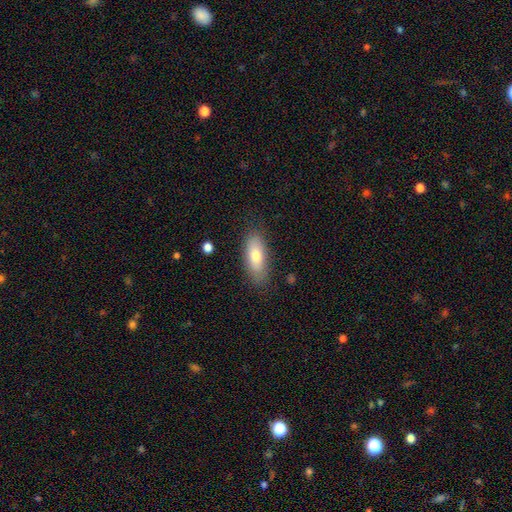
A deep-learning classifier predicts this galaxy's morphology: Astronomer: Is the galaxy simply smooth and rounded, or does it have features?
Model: smooth — 73%.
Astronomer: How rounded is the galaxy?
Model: in between — 77%.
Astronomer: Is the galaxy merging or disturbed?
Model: none — 82%.